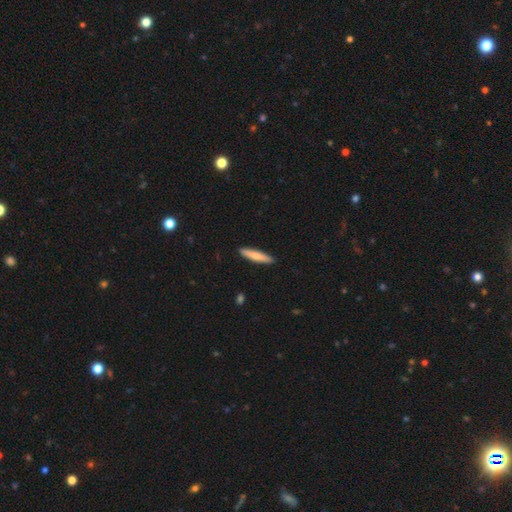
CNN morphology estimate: Smooth or featured: smooth — 76% (featured or disk — 19%)
How rounded: cigar-shaped — 88% (in between — 10%)
Merging: none — 91% (minor disturbance — 7%)